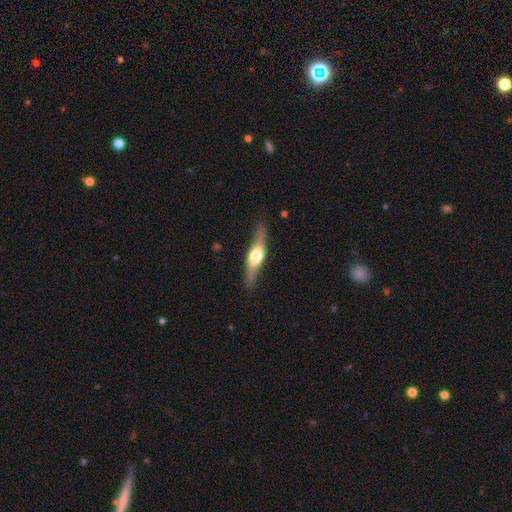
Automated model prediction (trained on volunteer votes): Overall: featured or disk (65%; smooth 30%). Edge-on disk: yes (91%). Edge-on bulge: rounded (93%). Merging: none (84%).